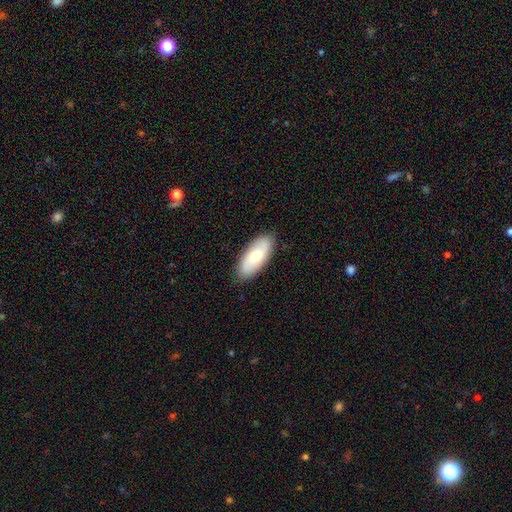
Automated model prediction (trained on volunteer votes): This appears to be a smooth galaxy with no disk features (66%) that is in between round and cigar-shaped (87%). Merging: none (87%).